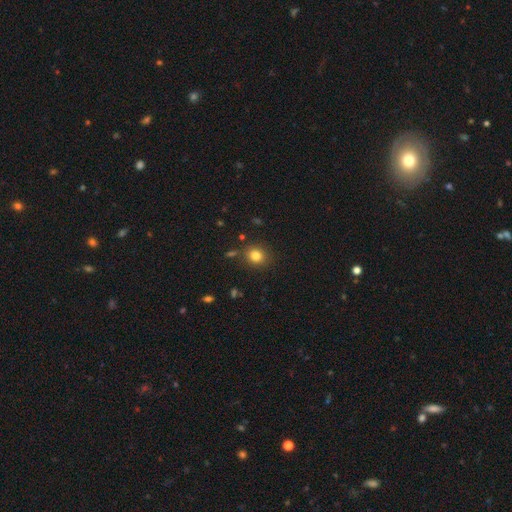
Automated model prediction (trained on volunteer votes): Smooth or featured?
  - smooth: 81% *
  - star or artifact: 12%
  - featured or disk: 6%
How rounded?
  - round: 75% *
  - in between: 24%
  - cigar-shaped: 1%
Merging?
  - none: 85% *
  - minor disturbance: 9%
  - merger: 3%
  - major disturbance: 3%